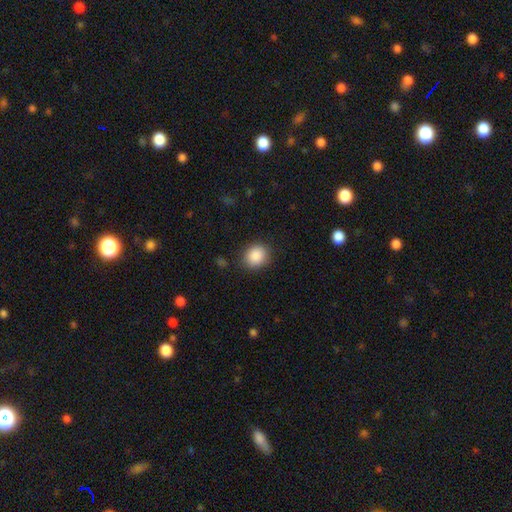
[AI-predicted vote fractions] This appears to be a smooth galaxy with no disk features (88%) that is round (77%). Merging: none (86%).